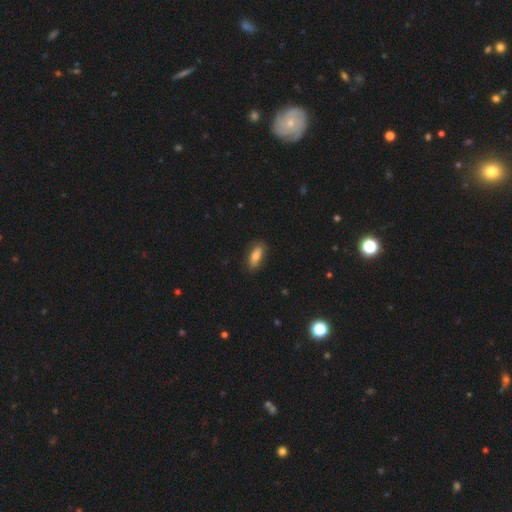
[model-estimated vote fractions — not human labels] smooth-or-featured: smooth: 78% | featured or disk: 15% | star or artifact: 7%
  how-rounded: in between: 74% | cigar-shaped: 23% | round: 3%
  merging: none: 80% | minor disturbance: 16% | major disturbance: 3% | merger: 1%